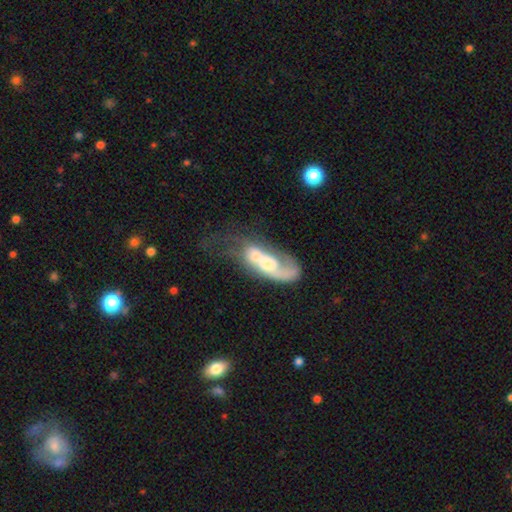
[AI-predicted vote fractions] featured or disk 57%, smooth 36%, star or artifact 7%. Down the decision tree: edge-on disk — no (92%); bar — no (74%); spiral arms — yes (54%); bulge size — moderate (54%); merging — merger (58%).